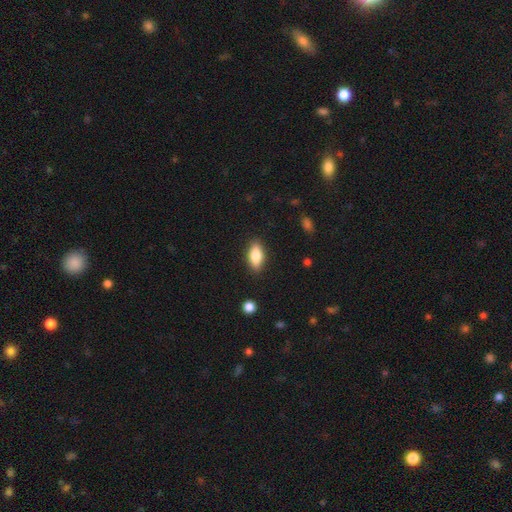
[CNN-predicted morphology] smooth-or-featured: smooth: 79% | featured or disk: 14% | star or artifact: 7%
  how-rounded: in between: 83% | cigar-shaped: 14% | round: 3%
  merging: none: 87% | minor disturbance: 9% | major disturbance: 2% | merger: 1%